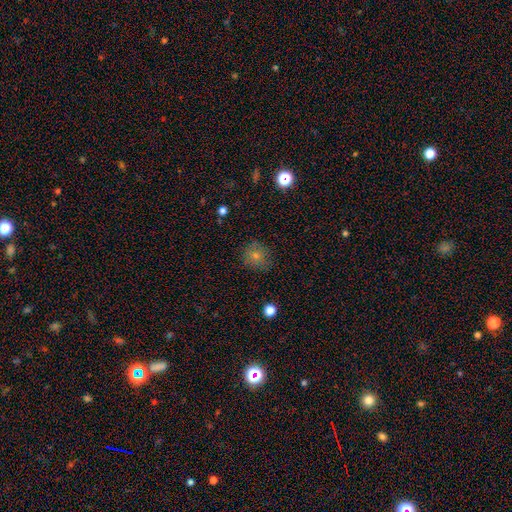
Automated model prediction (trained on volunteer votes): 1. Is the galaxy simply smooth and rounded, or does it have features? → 67% smooth, 21% star or artifact, 13% featured or disk.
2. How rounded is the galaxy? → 90% round, 9% in between, 1% cigar-shaped.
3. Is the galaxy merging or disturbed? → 84% none, 12% minor disturbance, 3% major disturbance, 1% merger.